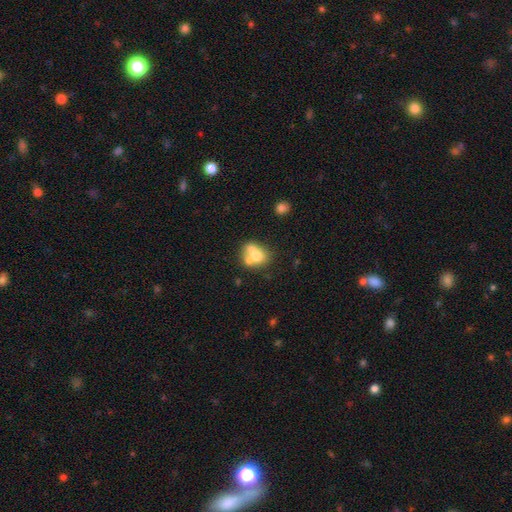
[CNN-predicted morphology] A smooth galaxy with no disk features (64%) that is round (61%). Merging: merger (53%).